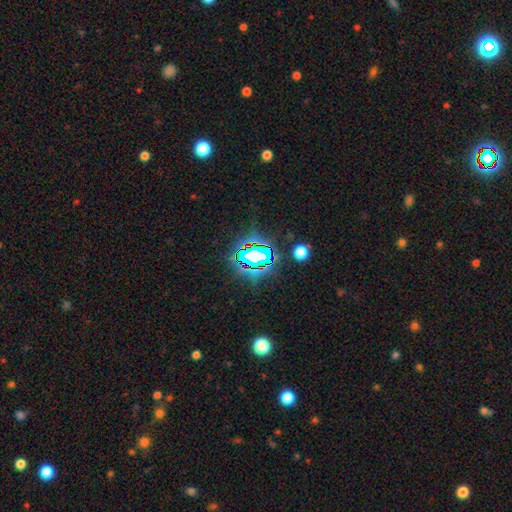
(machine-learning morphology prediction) type=star or artifact (70%).